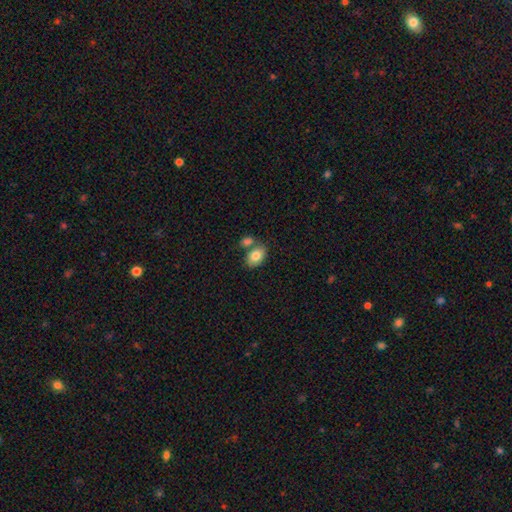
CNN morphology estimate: A smooth galaxy with no disk features (81%) that is in between round and cigar-shaped (83%).

Vote fractions:
- Smooth or featured? smooth: 81% / featured or disk: 12% / star or artifact: 7%
- How rounded? in between: 83% / round: 16% / cigar-shaped: 1%
- Merging? none: 52% / merger: 31% / minor disturbance: 13% / major disturbance: 4%